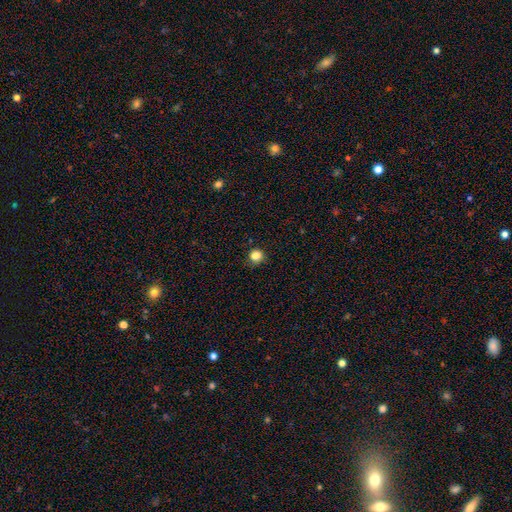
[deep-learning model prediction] This is clearly a smooth galaxy (82%). How rounded: clearly round (85%). Merging: clearly none (81%).